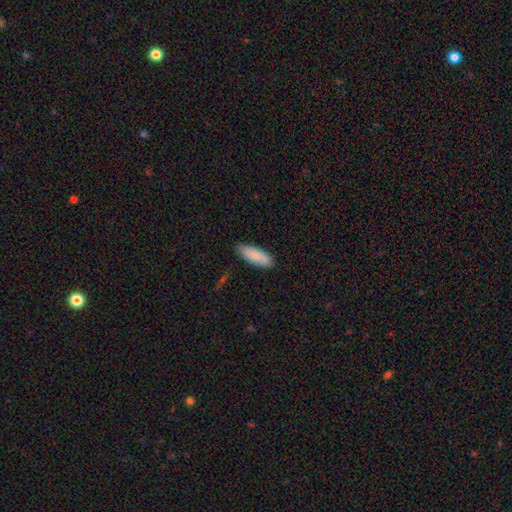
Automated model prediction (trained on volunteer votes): This is clearly a smooth galaxy (84%). How rounded: likely in between (67%). Merging: clearly none (82%).